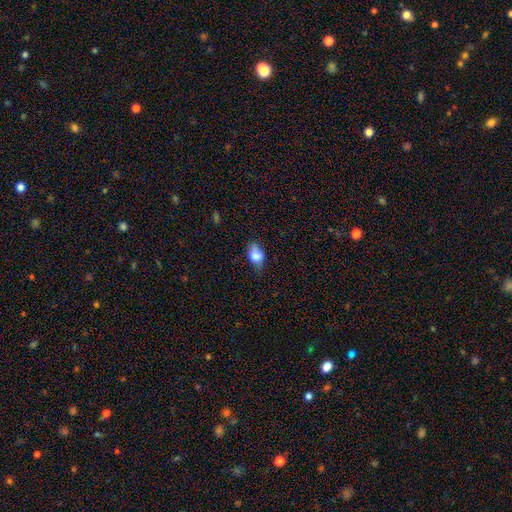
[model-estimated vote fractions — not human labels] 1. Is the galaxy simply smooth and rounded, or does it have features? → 74% smooth, 16% featured or disk, 10% star or artifact.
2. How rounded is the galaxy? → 81% in between, 16% round, 4% cigar-shaped.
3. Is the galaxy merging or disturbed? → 54% none, 34% minor disturbance, 10% major disturbance, 2% merger.